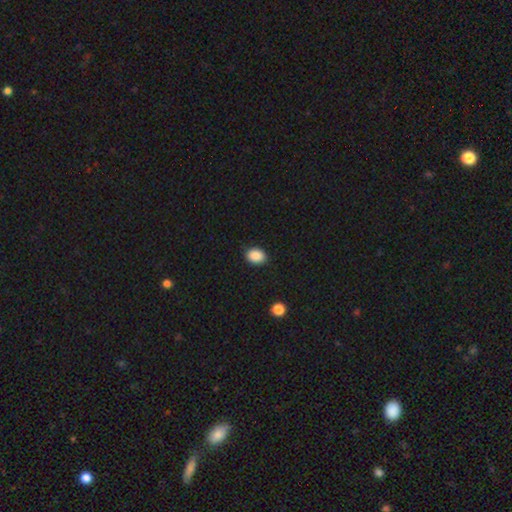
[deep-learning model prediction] Smooth or featured? Predicted: smooth (p=0.88). How rounded? Predicted: in between (p=0.68). Merging? Predicted: none (p=0.86).